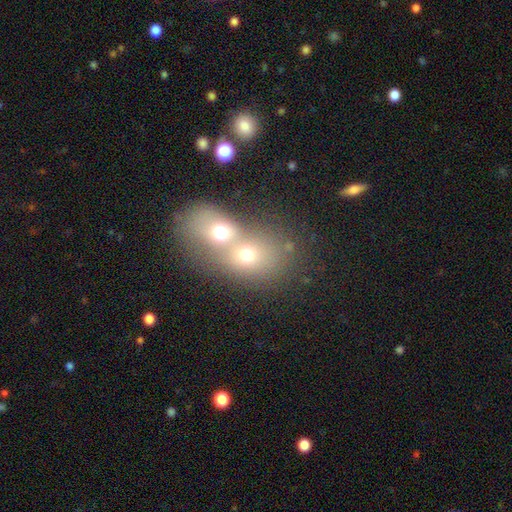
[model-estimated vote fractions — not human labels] Smooth or featured? smooth (60%)
How rounded? round (54%)
Merging? merger (76%)